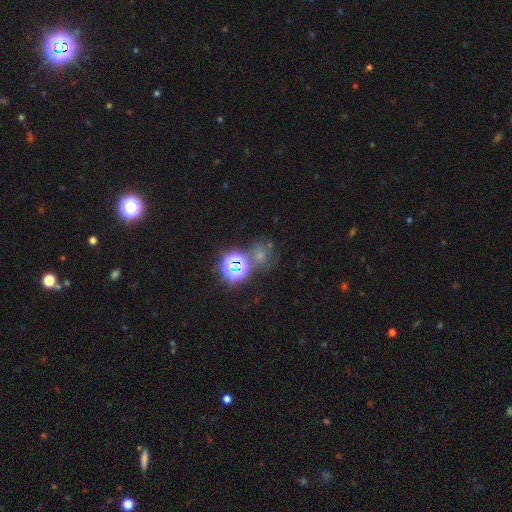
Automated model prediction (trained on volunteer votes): Smooth or featured? Predicted: star or artifact (p=0.59).